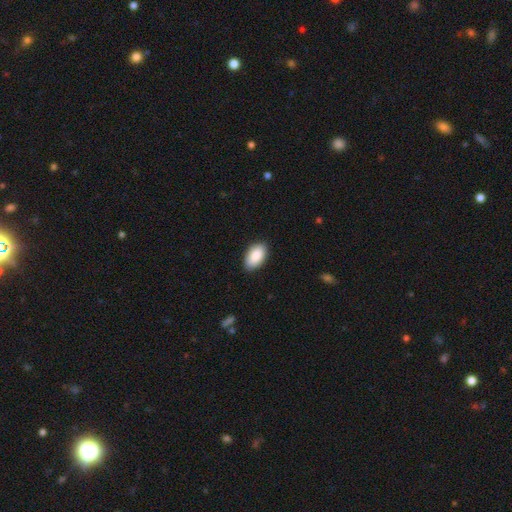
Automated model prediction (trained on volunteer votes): Morphology: type=smooth (90%); roundness=in between (95%); merging=none (88%).